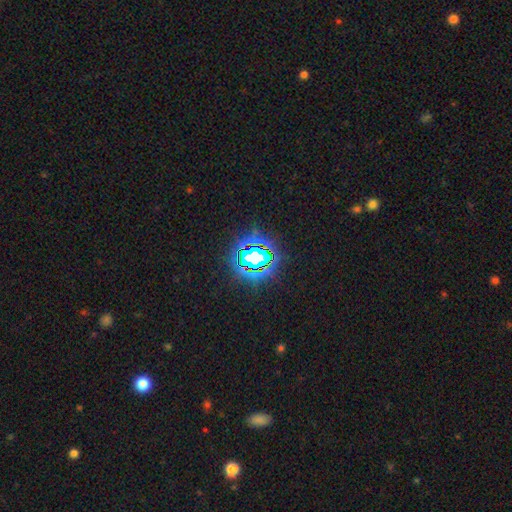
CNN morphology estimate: This is clearly a star or artifact rather than a galaxy (81%).